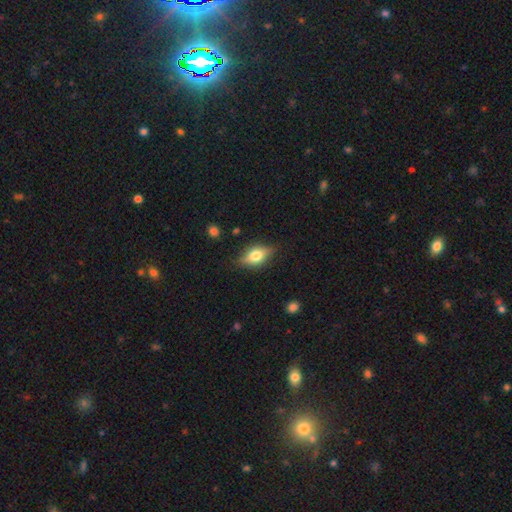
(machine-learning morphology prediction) type=smooth (51%); roundness=in between (77%); merging=none (80%).